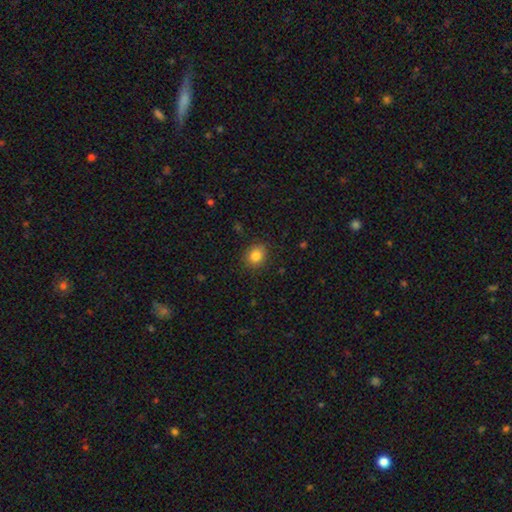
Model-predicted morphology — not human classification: Overall: smooth (84%). How rounded: round (65%; in between 35%). Merging: none (86%).